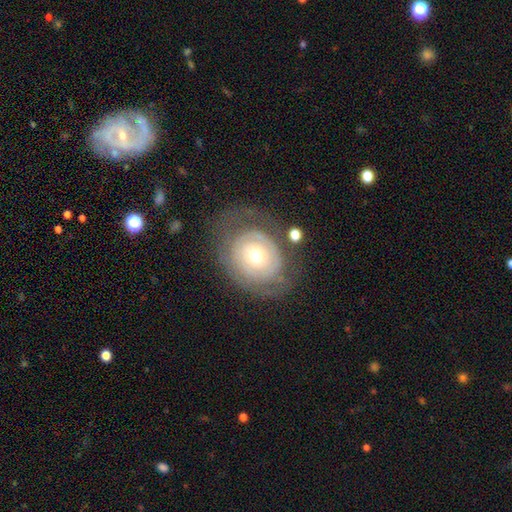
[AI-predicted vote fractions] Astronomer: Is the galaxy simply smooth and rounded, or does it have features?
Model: featured or disk — 69%.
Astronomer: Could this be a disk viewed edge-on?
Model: no — 96%.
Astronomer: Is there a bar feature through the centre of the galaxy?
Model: no — 83%.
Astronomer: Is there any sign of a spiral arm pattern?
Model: yes — 71%.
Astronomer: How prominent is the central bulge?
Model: moderate — 49% (runner-up: small, 45%).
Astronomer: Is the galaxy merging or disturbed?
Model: none — 61%.